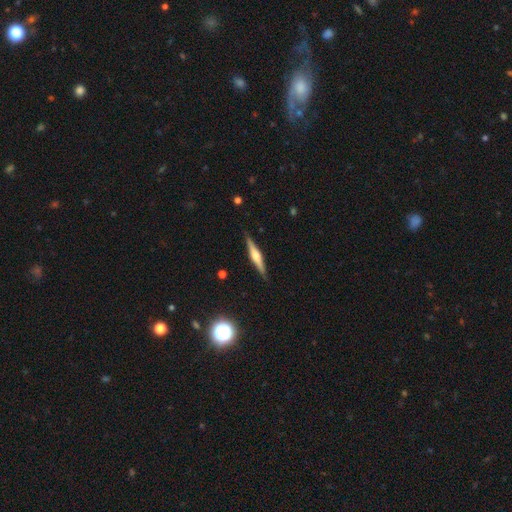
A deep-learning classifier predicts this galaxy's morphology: Smooth or featured: featured or disk — 67% (smooth — 26%)
Edge-on disk: yes — 97% (no — 3%)
Edge-on bulge: rounded — 83% (boxy — 12%)
Merging: none — 89% (minor disturbance — 8%)